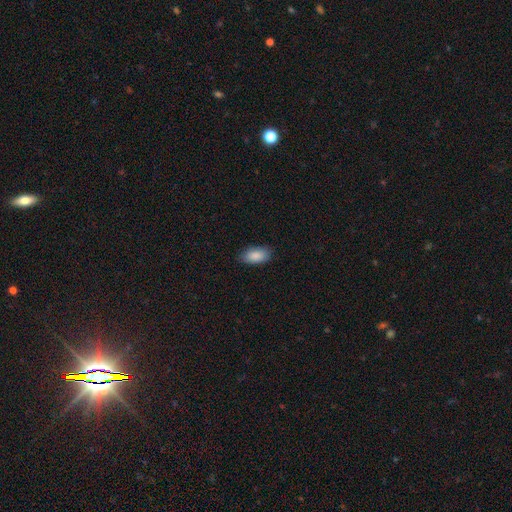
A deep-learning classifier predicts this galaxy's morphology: Smooth or featured? smooth (88%)
How rounded? in between (92%)
Merging? none (83%)